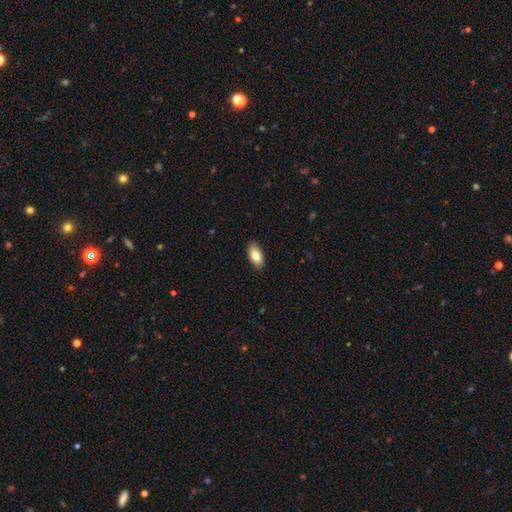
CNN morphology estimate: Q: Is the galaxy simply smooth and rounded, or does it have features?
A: smooth — 81%.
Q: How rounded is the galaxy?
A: in between — 92%.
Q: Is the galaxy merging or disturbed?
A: none — 88%.